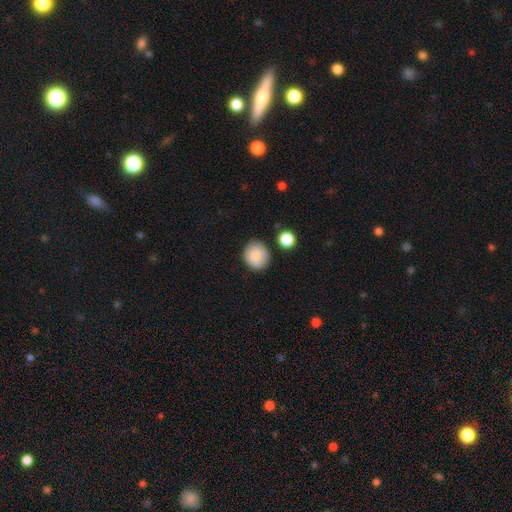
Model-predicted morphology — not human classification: smooth_or_featured: smooth (p=0.87) [alt: star or artifact p=0.08]
how_rounded: round (p=0.79) [alt: in between p=0.20]
merging: none (p=0.81) [alt: minor disturbance p=0.13]